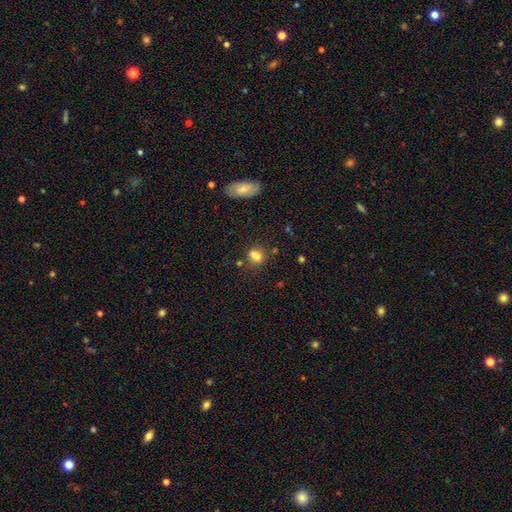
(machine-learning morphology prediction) smooth_or_featured: smooth (p=0.76) [alt: star or artifact p=0.14]
how_rounded: round (p=0.57) [alt: in between p=0.41]
merging: none (p=0.56) [alt: merger p=0.24]